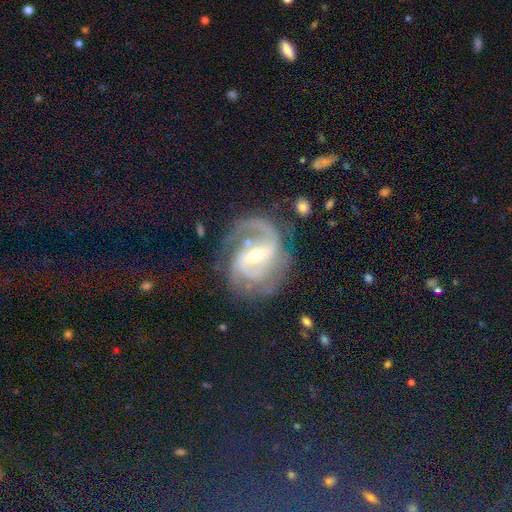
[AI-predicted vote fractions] Smooth or featured: featured or disk — 89% (star or artifact — 6%)
Edge-on disk: no — 98% (yes — 2%)
Bar: weak — 44% (strong — 42%)
Spiral arms: yes — 97% (no — 3%)
Spiral winding: medium — 52% (tight — 29%)
Spiral arm count: 2 — 65% (3 — 12%)
Bulge size: moderate — 49% (small — 46%)
Merging: none — 65% (minor disturbance — 19%)